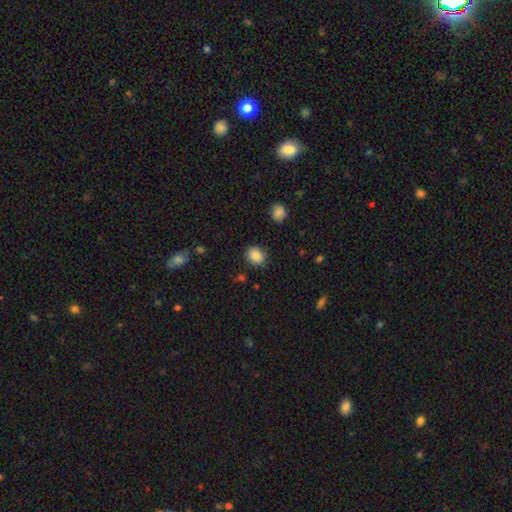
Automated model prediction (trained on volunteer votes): smooth_or_featured: smooth (p=0.86) [alt: star or artifact p=0.09]
how_rounded: in between (p=0.51) [alt: round p=0.49]
merging: none (p=0.84) [alt: minor disturbance p=0.12]